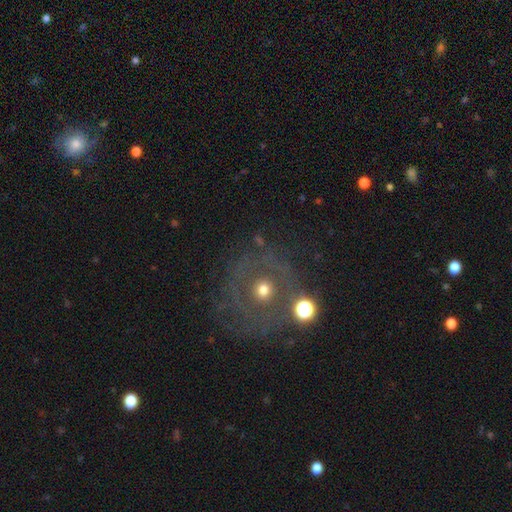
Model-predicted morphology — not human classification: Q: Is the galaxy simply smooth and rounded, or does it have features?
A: featured or disk — 48%.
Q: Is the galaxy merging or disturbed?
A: none — 73%.